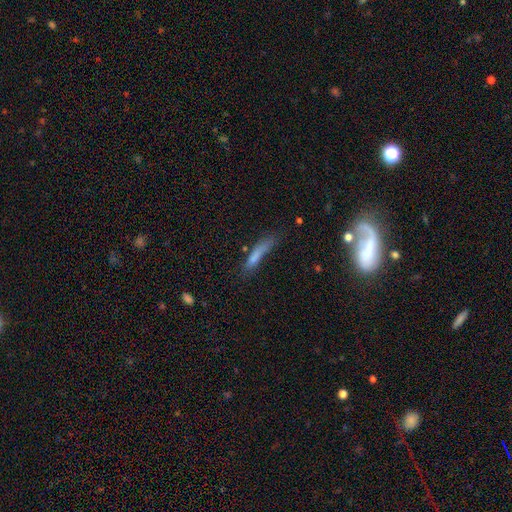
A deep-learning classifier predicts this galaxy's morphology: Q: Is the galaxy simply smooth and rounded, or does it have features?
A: smooth — 75%.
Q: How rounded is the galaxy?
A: cigar-shaped — 86%.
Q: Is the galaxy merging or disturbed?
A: none — 57%.